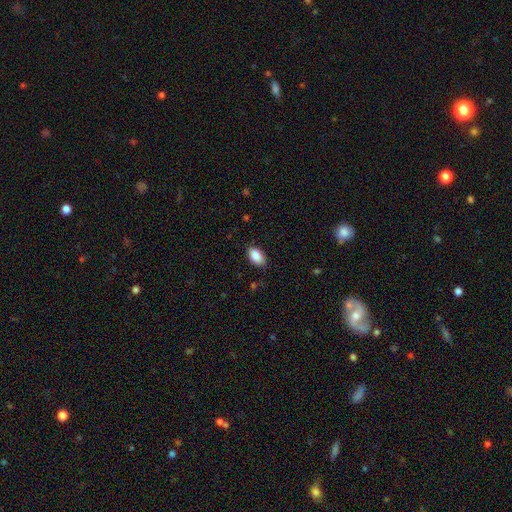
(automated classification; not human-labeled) The model was most divided on "merging": none: 82%, minor disturbance: 15%, major disturbance: 3%, merger: 1%. More confident: how rounded — in between (93%); smooth or featured — smooth (89%).